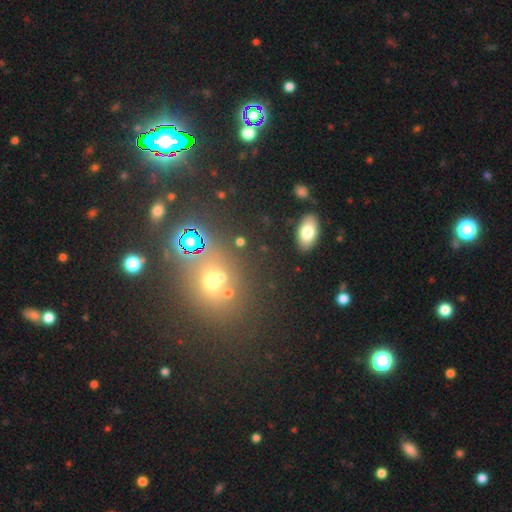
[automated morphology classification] A star or artifact, not a galaxy (52%).